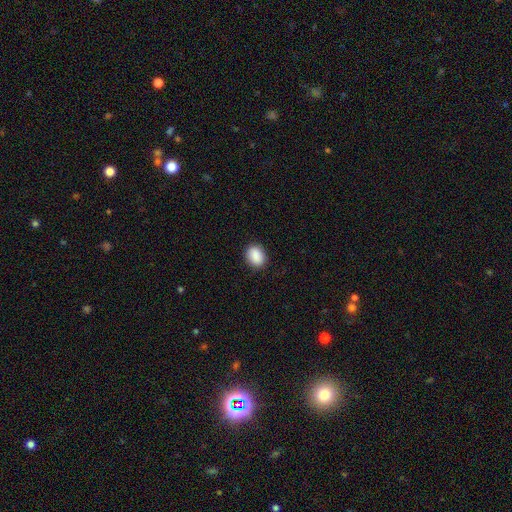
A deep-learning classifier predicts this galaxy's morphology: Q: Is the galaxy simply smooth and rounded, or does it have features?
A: smooth — 89%.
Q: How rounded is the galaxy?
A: in between — 64%.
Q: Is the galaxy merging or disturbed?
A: none — 87%.